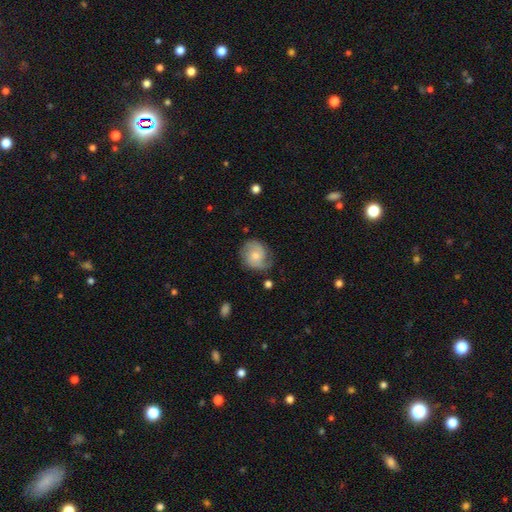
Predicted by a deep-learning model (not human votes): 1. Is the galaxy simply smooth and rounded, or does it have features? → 62% featured or disk, 31% smooth, 7% star or artifact.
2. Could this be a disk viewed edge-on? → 98% no, 2% yes.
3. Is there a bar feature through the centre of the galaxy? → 69% no, 27% weak, 4% strong.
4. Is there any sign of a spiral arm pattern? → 91% yes, 9% no.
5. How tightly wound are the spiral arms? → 44% medium, 37% tight, 19% loose.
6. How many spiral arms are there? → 76% 2, 12% can't tell, 5% 1, 5% 3, 1% 4, 1% more than 4.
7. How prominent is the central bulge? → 49% small, 44% moderate, 3% none, 3% large, 1% dominant.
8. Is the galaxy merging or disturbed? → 71% none, 21% minor disturbance, 7% major disturbance, 2% merger.